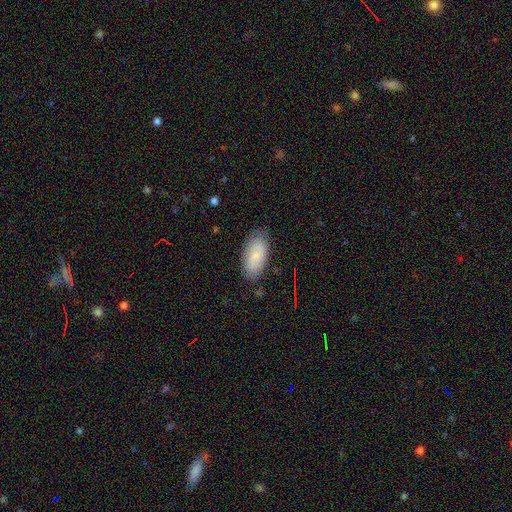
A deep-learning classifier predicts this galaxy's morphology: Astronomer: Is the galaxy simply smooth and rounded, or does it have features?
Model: smooth — 67%.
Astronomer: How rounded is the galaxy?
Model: in between — 92%.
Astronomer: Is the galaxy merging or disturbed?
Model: none — 78%.